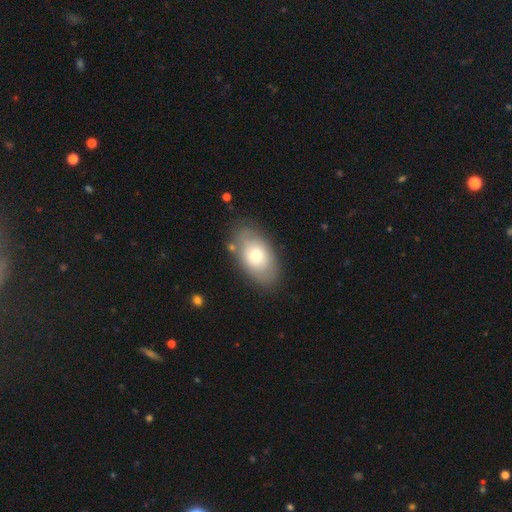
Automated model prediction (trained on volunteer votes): smooth-or-featured: smooth: 70% | featured or disk: 22% | star or artifact: 7%
  how-rounded: in between: 91% | round: 7% | cigar-shaped: 2%
  merging: none: 80% | minor disturbance: 13% | major disturbance: 4% | merger: 3%